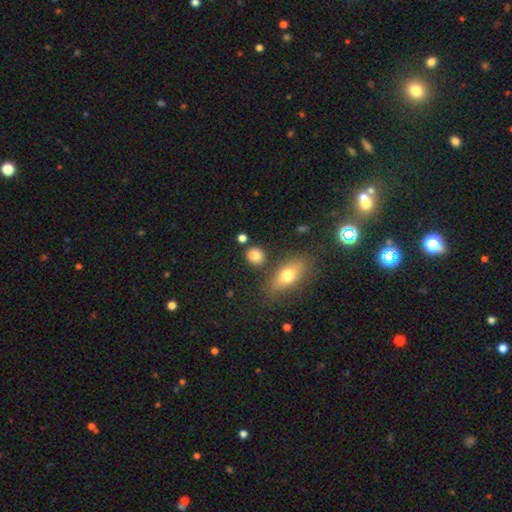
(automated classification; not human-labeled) smooth_or_featured: smooth (p=0.82) [alt: star or artifact p=0.11]
how_rounded: round (p=0.64) [alt: in between p=0.33]
merging: none (p=0.77) [alt: minor disturbance p=0.11]